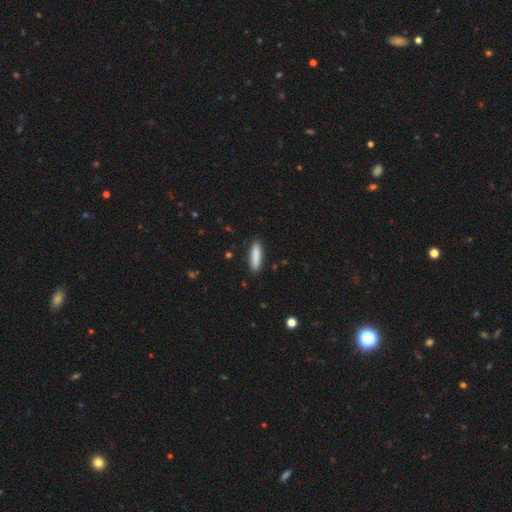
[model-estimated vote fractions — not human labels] Smooth or featured?
  - smooth: 87% *
  - featured or disk: 7%
  - star or artifact: 6%
How rounded?
  - cigar-shaped: 72% *
  - in between: 27%
  - round: 1%
Merging?
  - none: 88% *
  - minor disturbance: 9%
  - major disturbance: 2%
  - merger: 1%